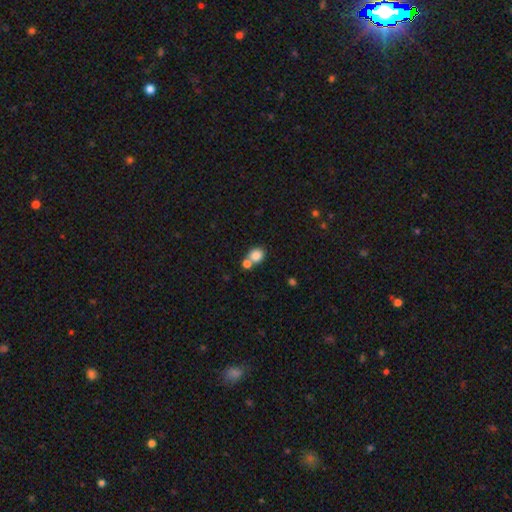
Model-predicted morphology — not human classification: This appears to be a smooth galaxy with no disk features (84%) that is round (70%). Merging: none (47%).